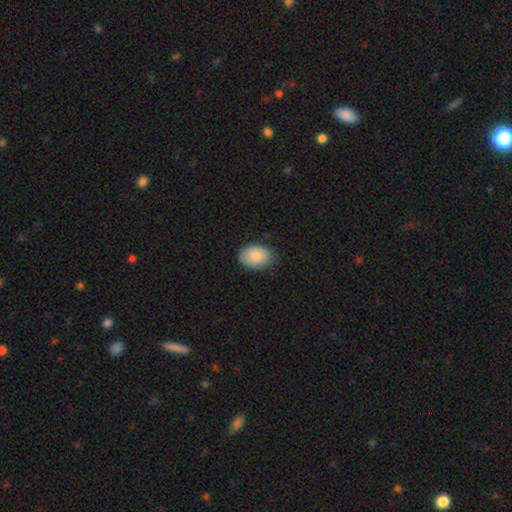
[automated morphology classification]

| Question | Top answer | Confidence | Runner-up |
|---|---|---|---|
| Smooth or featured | smooth | 84% | featured or disk (9%) |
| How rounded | in between | 78% | round (22%) |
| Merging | none | 78% | minor disturbance (18%) |